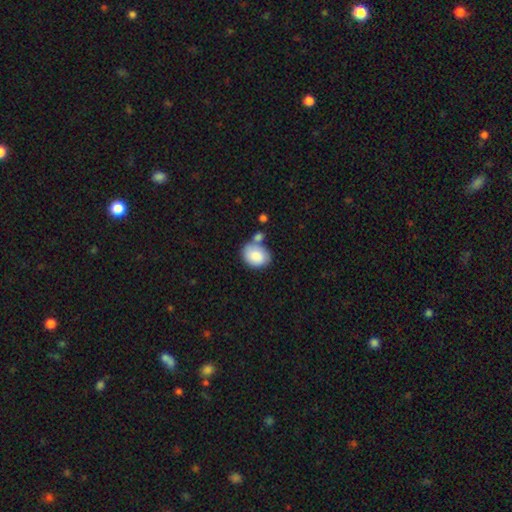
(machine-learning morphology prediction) type=smooth (84%); roundness=in between (62%); merging=none (48%).